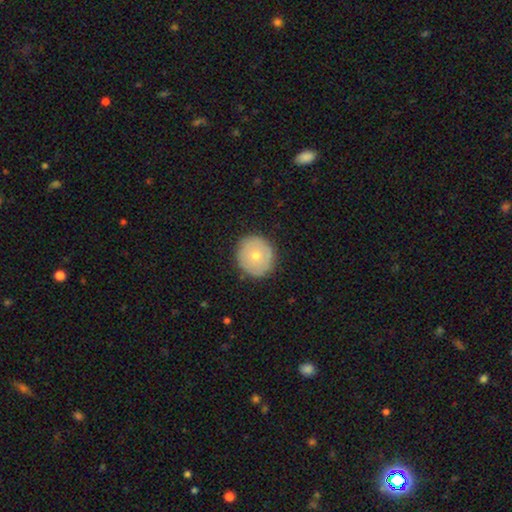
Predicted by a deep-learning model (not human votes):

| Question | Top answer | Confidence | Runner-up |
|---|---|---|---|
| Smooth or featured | smooth | 64% | featured or disk (28%) |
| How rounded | round | 90% | in between (9%) |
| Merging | none | 87% | minor disturbance (9%) |